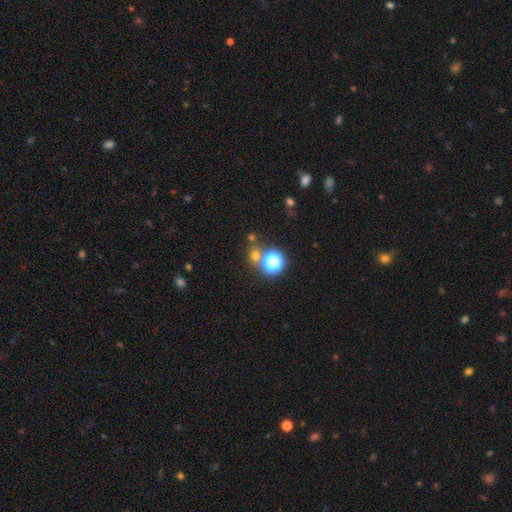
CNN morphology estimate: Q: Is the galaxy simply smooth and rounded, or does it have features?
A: smooth — 61%.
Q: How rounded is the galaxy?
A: round — 85%.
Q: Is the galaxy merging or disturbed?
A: none — 68%.